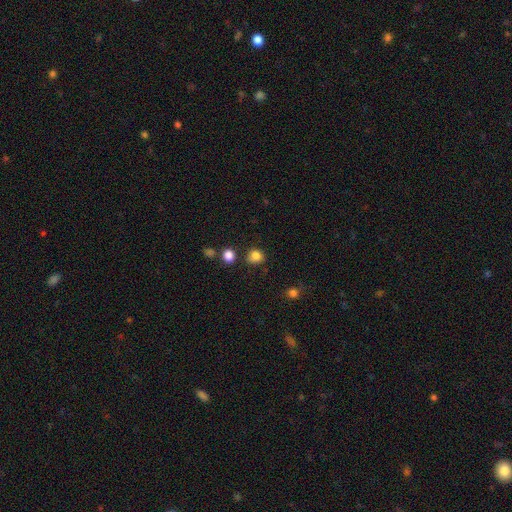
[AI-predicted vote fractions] This appears to be a smooth galaxy with no disk features (83%) that is round (76%). Merging: none (72%).